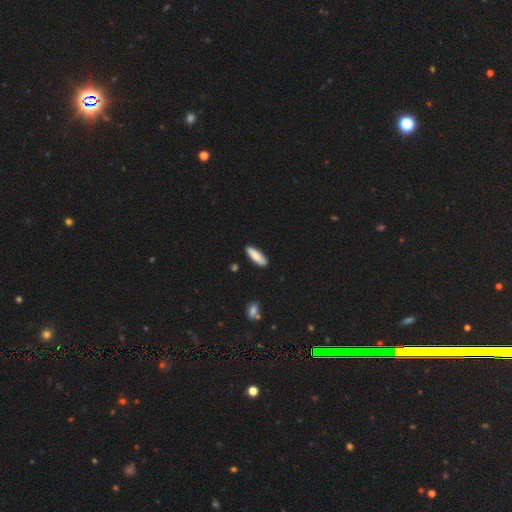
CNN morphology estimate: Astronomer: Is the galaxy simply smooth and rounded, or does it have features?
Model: smooth — 84%.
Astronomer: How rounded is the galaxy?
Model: cigar-shaped — 52% (runner-up: in between, 46%).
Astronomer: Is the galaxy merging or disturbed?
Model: none — 86%.